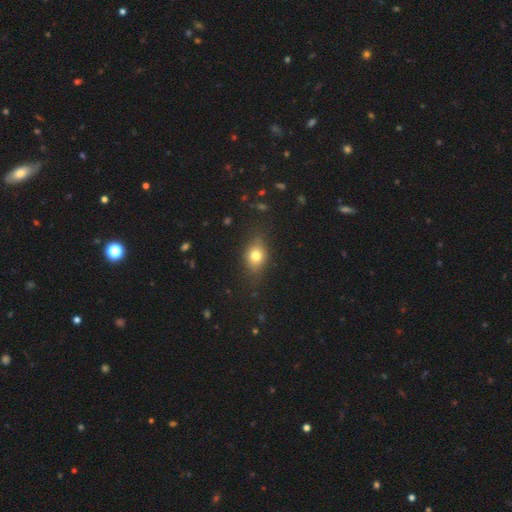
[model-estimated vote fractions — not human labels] This appears to be a smooth galaxy with no disk features (74%) that is in between round and cigar-shaped (60%). Merging: none (77%).